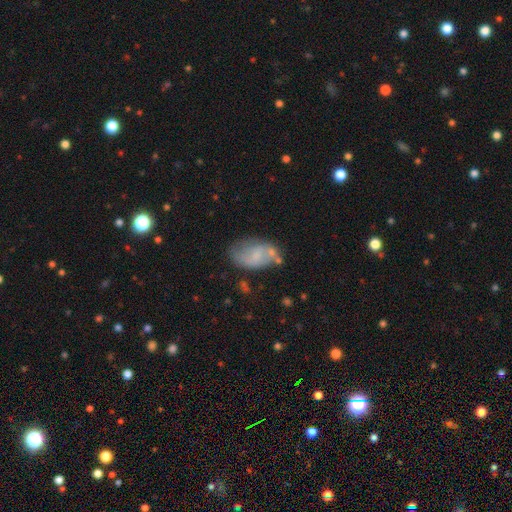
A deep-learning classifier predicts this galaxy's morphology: Smooth or featured?
  - smooth: 47% *
  - featured or disk: 44%
  - star or artifact: 8%
Merging?
  - none: 52% *
  - minor disturbance: 28%
  - major disturbance: 11%
  - merger: 9%